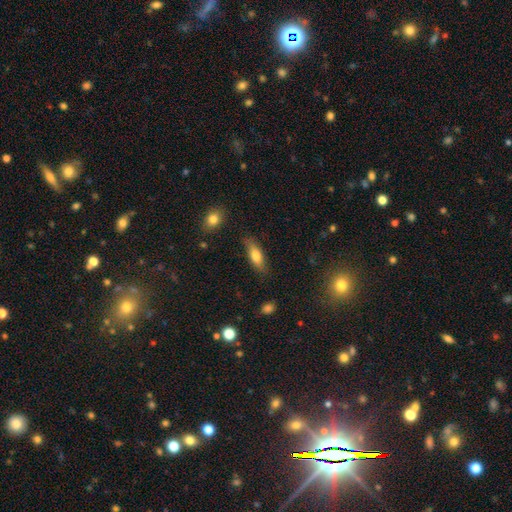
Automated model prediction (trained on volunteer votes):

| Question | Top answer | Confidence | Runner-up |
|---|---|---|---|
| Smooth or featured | smooth | 73% | featured or disk (20%) |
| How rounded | in between | 58% | cigar-shaped (39%) |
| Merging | none | 80% | minor disturbance (15%) |